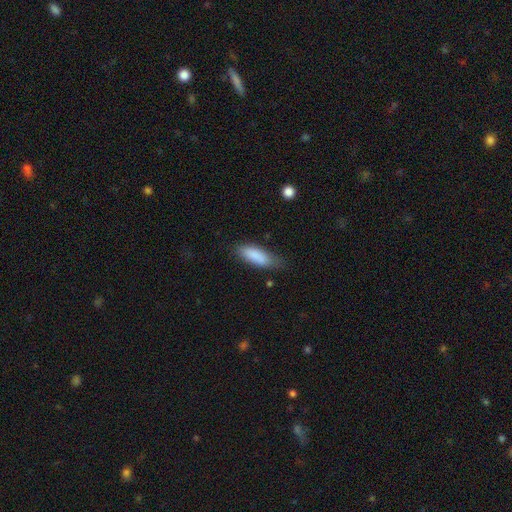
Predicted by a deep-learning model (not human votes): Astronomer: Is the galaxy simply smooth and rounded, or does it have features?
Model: smooth — 86%.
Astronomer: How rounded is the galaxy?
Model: in between — 62%.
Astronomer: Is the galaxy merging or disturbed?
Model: none — 69%.